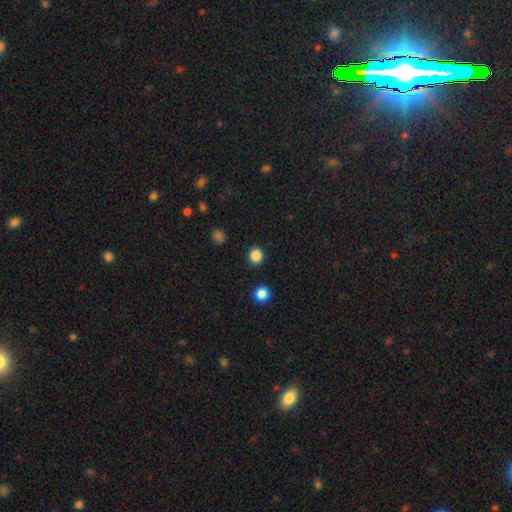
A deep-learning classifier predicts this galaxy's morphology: Q: Smooth or featured?
A: smooth (85%); runner-up: star or artifact (11%)
Q: How rounded?
A: round (88%); runner-up: in between (11%)
Q: Merging?
A: none (91%); runner-up: minor disturbance (5%)